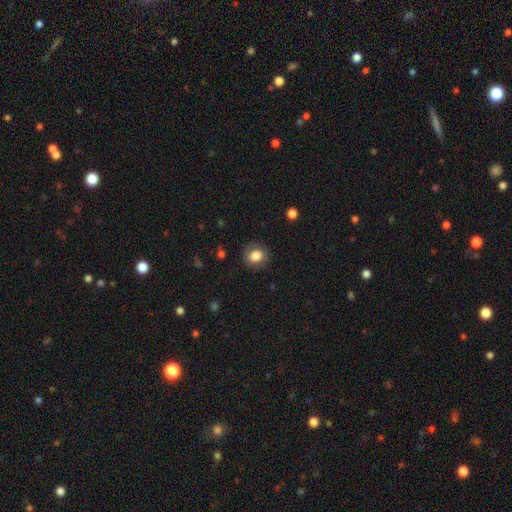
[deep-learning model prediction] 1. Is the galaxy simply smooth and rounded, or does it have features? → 81% smooth, 10% featured or disk, 9% star or artifact.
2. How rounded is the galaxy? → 73% round, 26% in between, 1% cigar-shaped.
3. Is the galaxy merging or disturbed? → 84% none, 12% minor disturbance, 4% major disturbance, 1% merger.